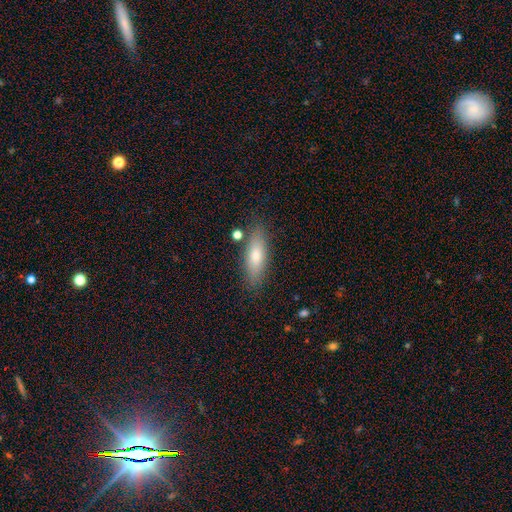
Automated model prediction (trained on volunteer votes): The model was most divided on "how rounded": in between: 55%, cigar-shaped: 43%, round: 3%. More confident: merging — none (82%); smooth or featured — smooth (73%).